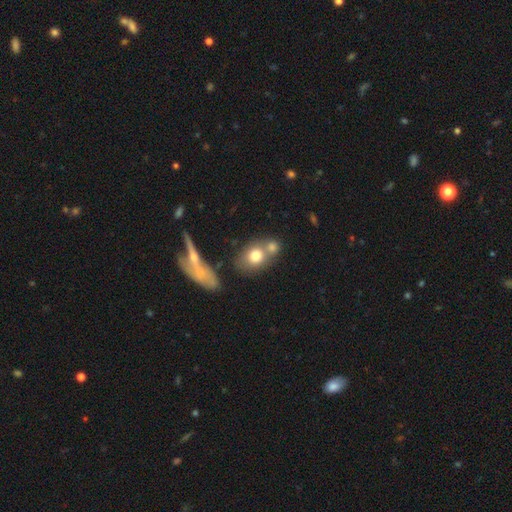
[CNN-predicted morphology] Smooth or featured? smooth (73%)
How rounded? in between (49%)
Merging? none (44%)